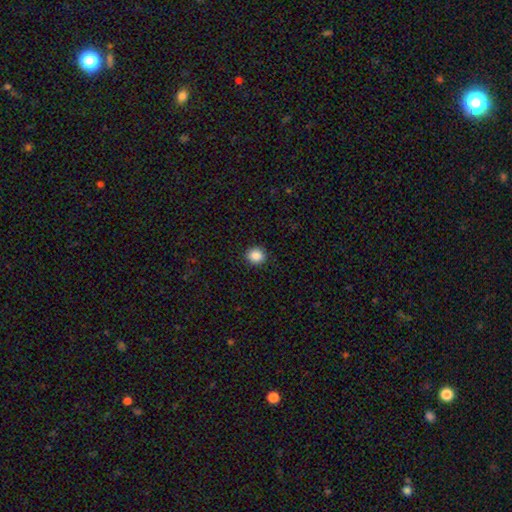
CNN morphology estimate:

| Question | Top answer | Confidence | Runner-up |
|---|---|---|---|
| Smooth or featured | smooth | 87% | star or artifact (9%) |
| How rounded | round | 87% | in between (12%) |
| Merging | none | 92% | minor disturbance (6%) |